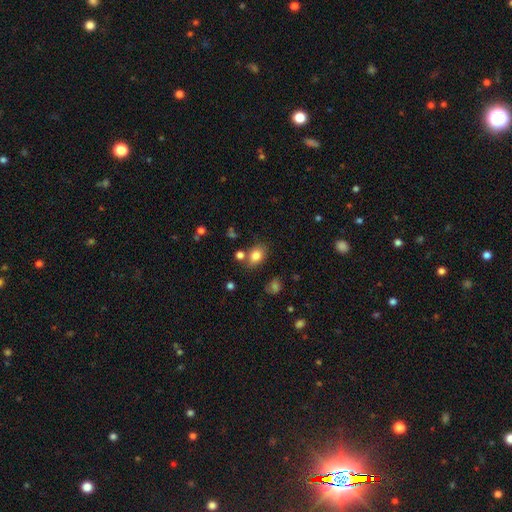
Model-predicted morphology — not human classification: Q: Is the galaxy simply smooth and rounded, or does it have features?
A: smooth — 82%.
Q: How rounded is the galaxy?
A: in between — 71%.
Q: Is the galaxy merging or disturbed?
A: none — 70%.